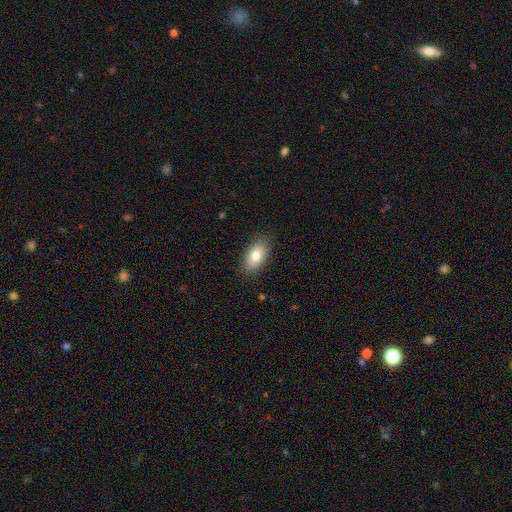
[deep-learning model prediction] smooth_or_featured: smooth (p=0.80) [alt: featured or disk p=0.12]
how_rounded: in between (p=0.91) [alt: round p=0.06]
merging: none (p=0.86) [alt: minor disturbance p=0.10]